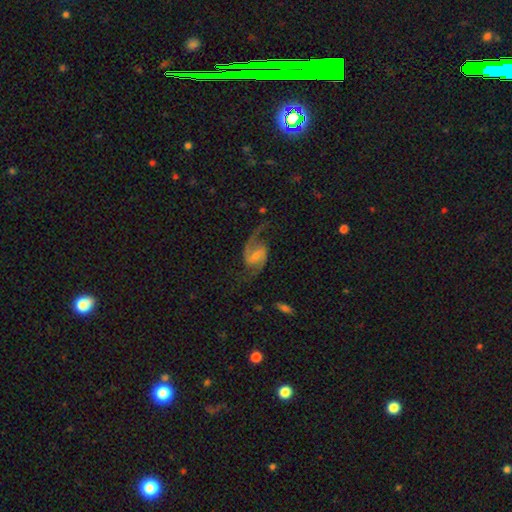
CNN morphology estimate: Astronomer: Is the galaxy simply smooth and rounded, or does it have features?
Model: featured or disk — 88%.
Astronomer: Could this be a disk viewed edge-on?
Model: no — 98%.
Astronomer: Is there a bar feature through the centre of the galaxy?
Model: weak — 52% (runner-up: no, 31%).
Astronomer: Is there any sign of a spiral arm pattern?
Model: yes — 97%.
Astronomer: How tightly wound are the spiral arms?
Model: loose — 55% (runner-up: medium, 37%).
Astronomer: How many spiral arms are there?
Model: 2 — 93%.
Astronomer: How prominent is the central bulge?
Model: small — 47% (runner-up: moderate, 30%).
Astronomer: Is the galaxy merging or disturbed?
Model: none — 70%.